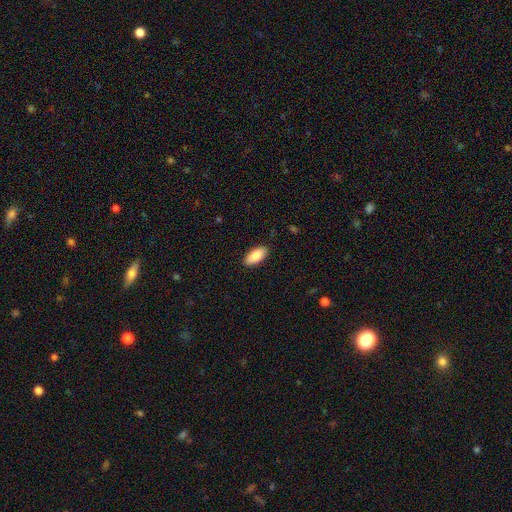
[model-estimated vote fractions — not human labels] The model was most divided on "smooth or featured": smooth: 87%, featured or disk: 8%, star or artifact: 6%. More confident: how rounded — in between (91%); merging — none (89%).